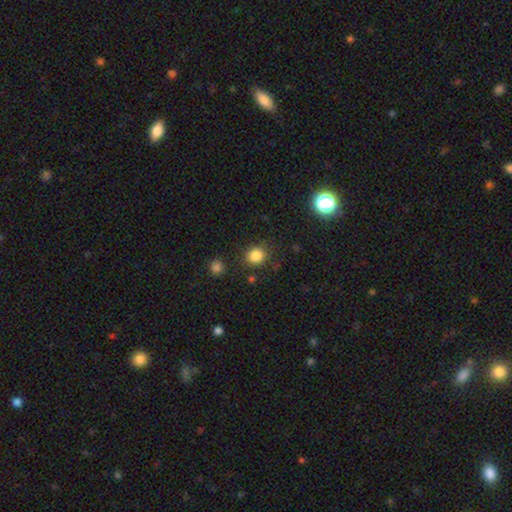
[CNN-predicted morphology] This appears to be a smooth galaxy with no disk features (84%) that is round (77%). Merging: none (82%).